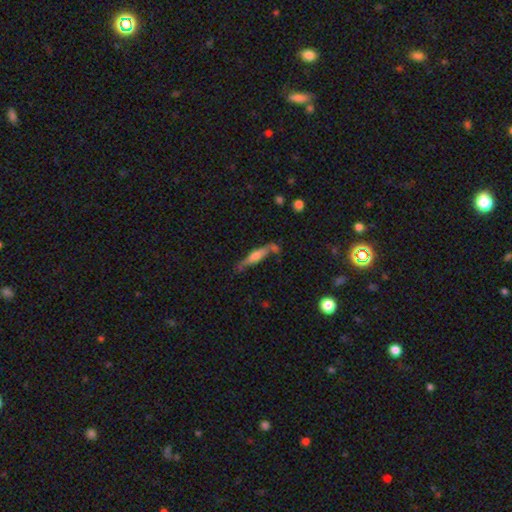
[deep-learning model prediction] Overall: featured or disk (51%; smooth 42%). Edge-on disk: yes (91%). Merging: none (64%).